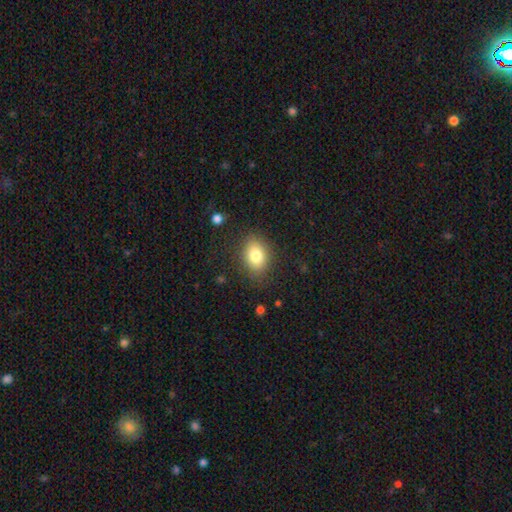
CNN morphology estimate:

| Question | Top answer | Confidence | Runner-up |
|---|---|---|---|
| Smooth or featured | smooth | 80% | featured or disk (11%) |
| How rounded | in between | 71% | round (27%) |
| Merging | none | 82% | minor disturbance (13%) |